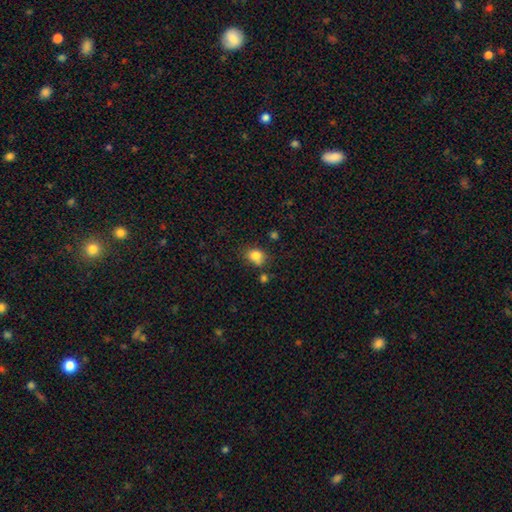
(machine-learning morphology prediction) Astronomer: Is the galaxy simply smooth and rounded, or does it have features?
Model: smooth — 83%.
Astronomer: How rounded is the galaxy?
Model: in between — 50% (runner-up: round, 49%).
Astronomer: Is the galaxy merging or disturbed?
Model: none — 66%.